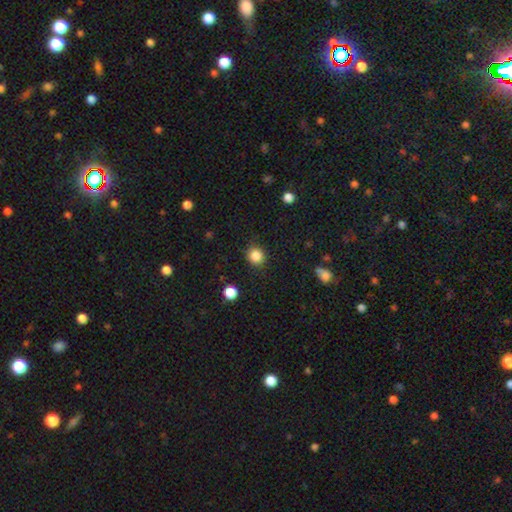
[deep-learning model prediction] This appears to be a smooth galaxy with no disk features (86%) that is round (82%). Merging: none (86%).